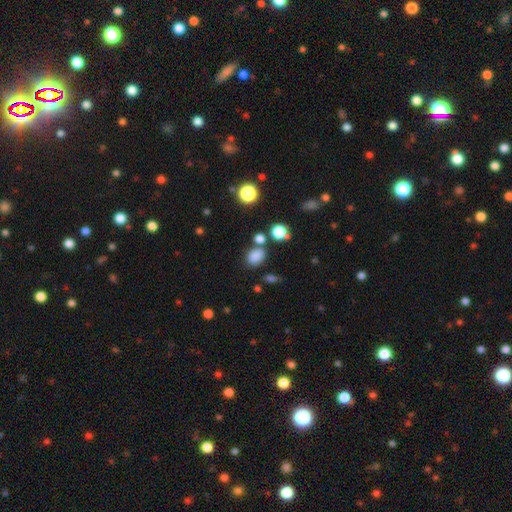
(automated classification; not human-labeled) Morphology: type=smooth (80%); roundness=in between (64%); merging=none (70%).